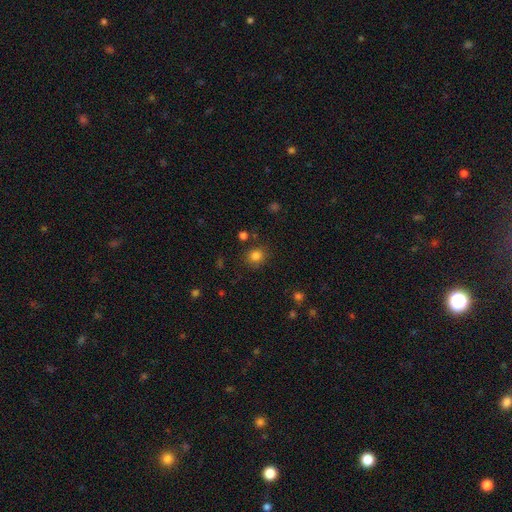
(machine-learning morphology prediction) Smooth or featured?
  - smooth: 82% *
  - star or artifact: 13%
  - featured or disk: 5%
How rounded?
  - round: 81% *
  - in between: 18%
  - cigar-shaped: 1%
Merging?
  - none: 84% *
  - minor disturbance: 9%
  - merger: 3%
  - major disturbance: 3%